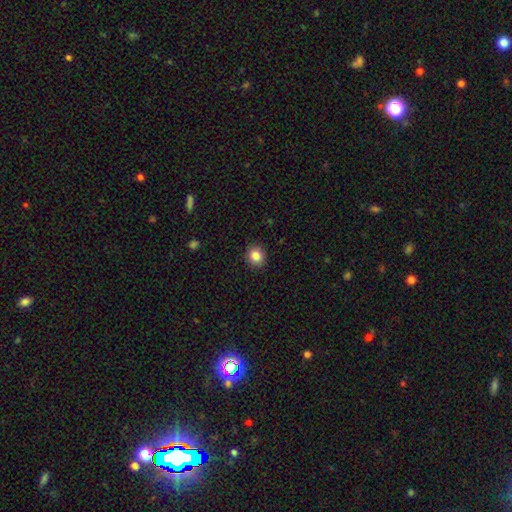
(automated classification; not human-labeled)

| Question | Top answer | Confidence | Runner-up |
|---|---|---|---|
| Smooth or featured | smooth | 85% | star or artifact (10%) |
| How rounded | round | 84% | in between (16%) |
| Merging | none | 91% | minor disturbance (6%) |